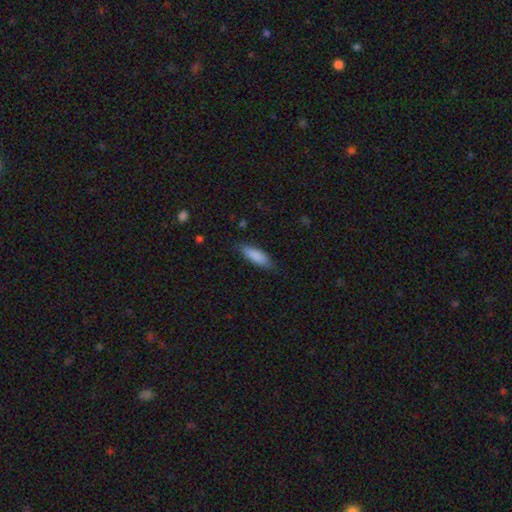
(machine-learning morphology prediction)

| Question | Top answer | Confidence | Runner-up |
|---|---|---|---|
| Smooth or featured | smooth | 86% | featured or disk (8%) |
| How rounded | in between | 58% | cigar-shaped (40%) |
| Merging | none | 78% | minor disturbance (17%) |